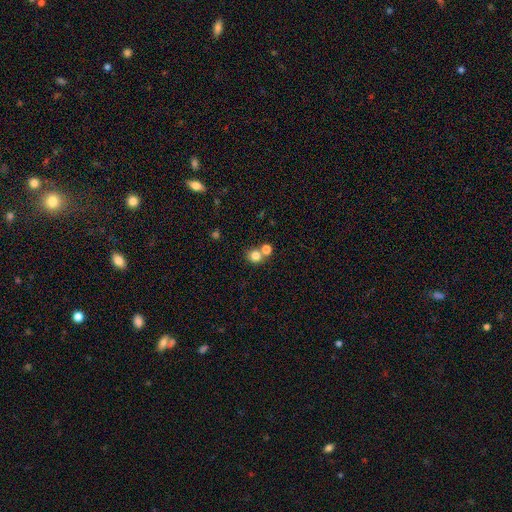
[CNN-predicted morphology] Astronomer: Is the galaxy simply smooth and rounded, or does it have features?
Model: smooth — 79%.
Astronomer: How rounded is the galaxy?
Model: round — 84%.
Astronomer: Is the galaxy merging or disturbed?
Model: none — 55% (runner-up: merger, 35%).